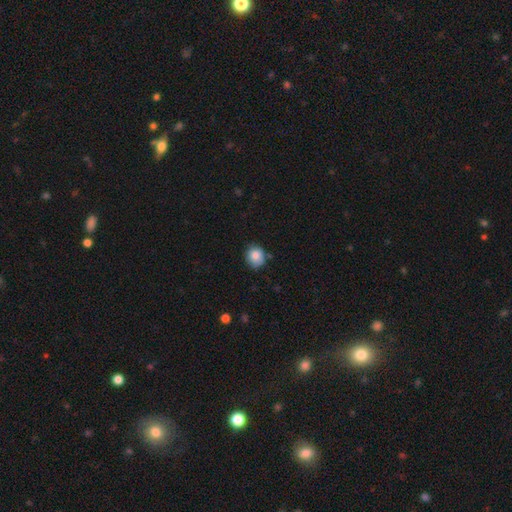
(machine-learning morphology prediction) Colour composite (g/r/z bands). It shows a smooth galaxy with no disk features (84%) that is round (80%). Merging: none (75%).